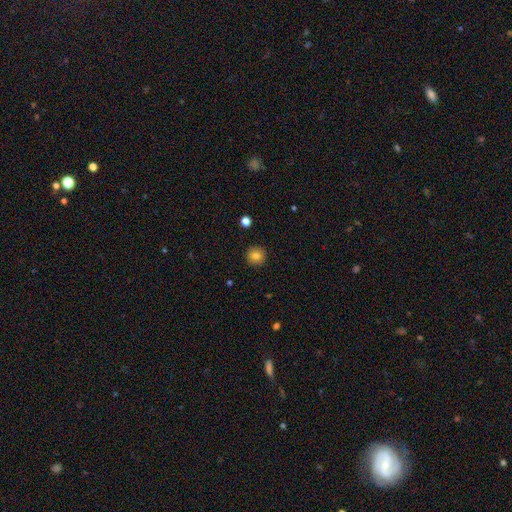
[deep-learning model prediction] Overall: smooth (81%). How rounded: round (95%). Merging: none (92%).